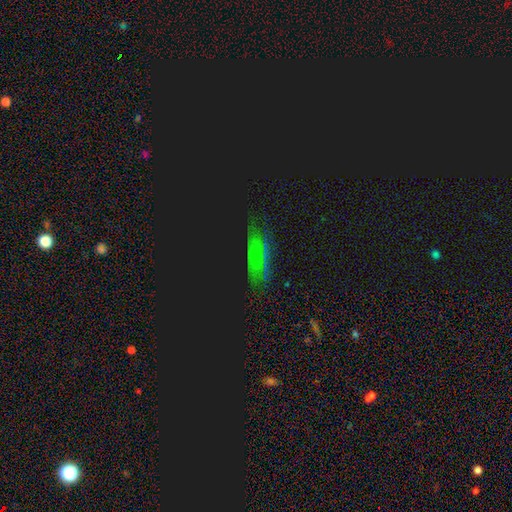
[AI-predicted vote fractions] smooth_or_featured: star or artifact (p=0.52) [alt: smooth p=0.27]